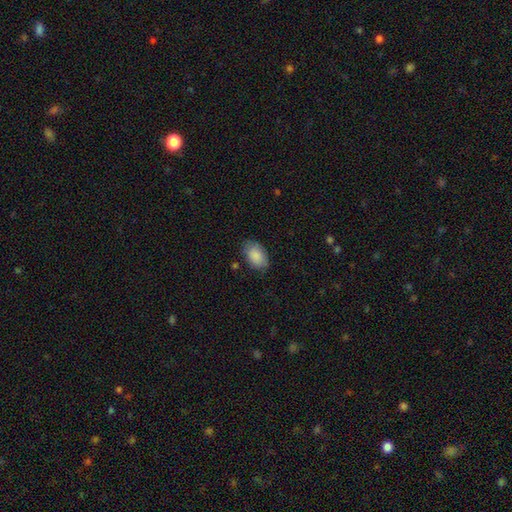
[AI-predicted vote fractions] smooth_or_featured: smooth (p=0.88) [alt: star or artifact p=0.06]
how_rounded: in between (p=0.91) [alt: round p=0.08]
merging: none (p=0.77) [alt: minor disturbance p=0.17]